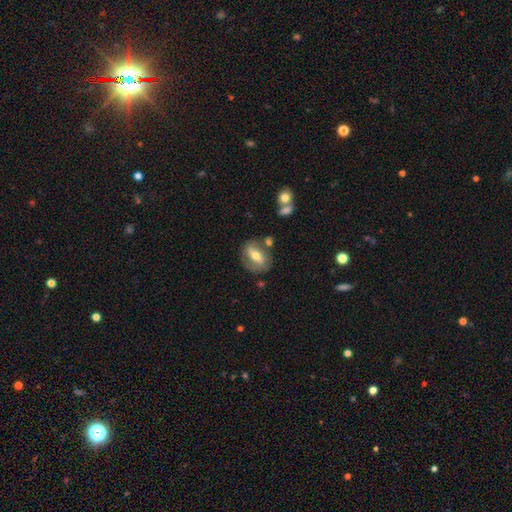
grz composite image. It shows a featured or disk galaxy (59%) with a strong bar (56%), 2 (67%) tight (56%) spiral arms (50%, tied with no) and a moderate central bulge (78%). Merging: none (80%).